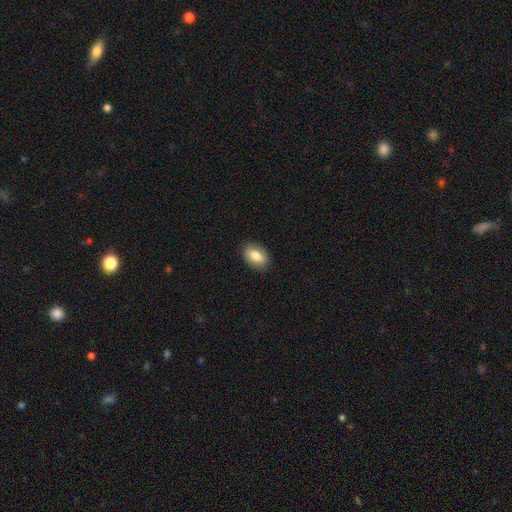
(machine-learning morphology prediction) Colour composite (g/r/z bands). It shows a smooth galaxy with no disk features (79%) that is in between round and cigar-shaped (87%). Merging: none (87%).